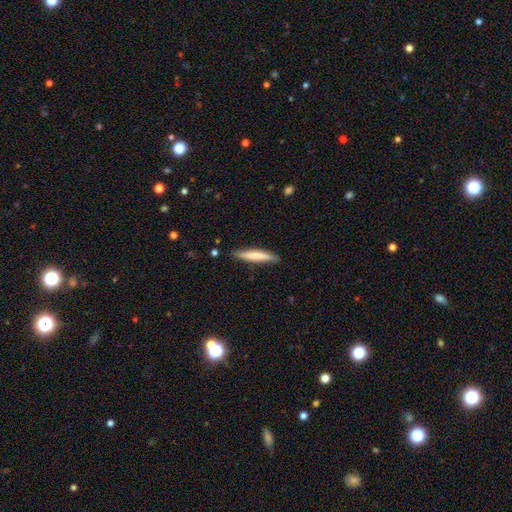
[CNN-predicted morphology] A smooth galaxy with no disk features (72%) that is cigar-shaped (92%). Merging: none (86%).